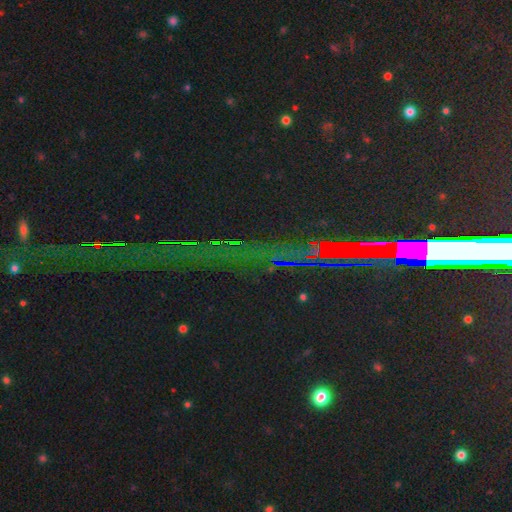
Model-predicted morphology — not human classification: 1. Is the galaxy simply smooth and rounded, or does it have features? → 84% star or artifact, 9% smooth, 7% featured or disk.